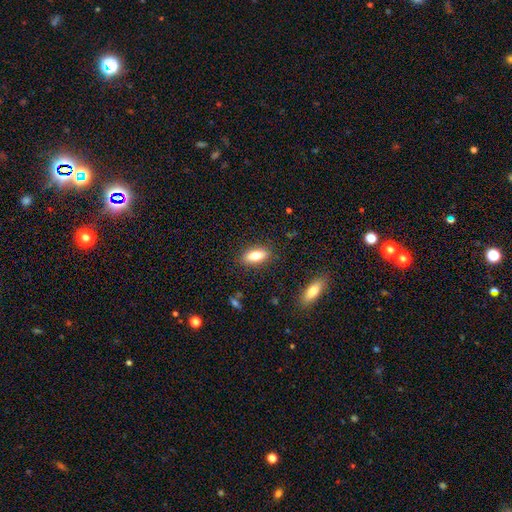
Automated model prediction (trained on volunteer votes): smooth_or_featured: smooth (p=0.77) [alt: featured or disk p=0.15]
how_rounded: in between (p=0.81) [alt: cigar-shaped p=0.15]
merging: none (p=0.86) [alt: minor disturbance p=0.10]